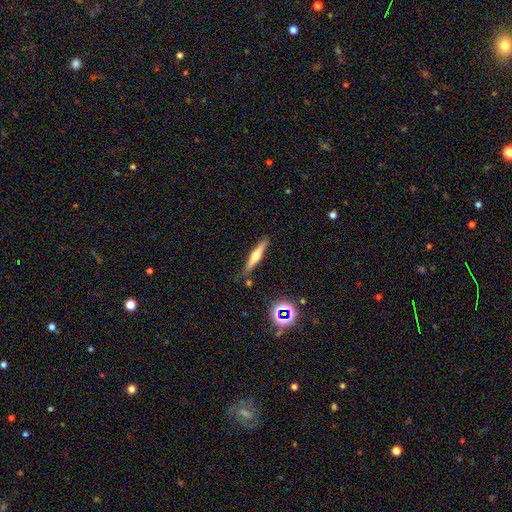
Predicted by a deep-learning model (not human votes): Smooth or featured: featured or disk — 54% (smooth — 38%)
Edge-on disk: yes — 95% (no — 5%)
Edge-on bulge: rounded — 89% (none — 6%)
Merging: none — 84% (minor disturbance — 11%)